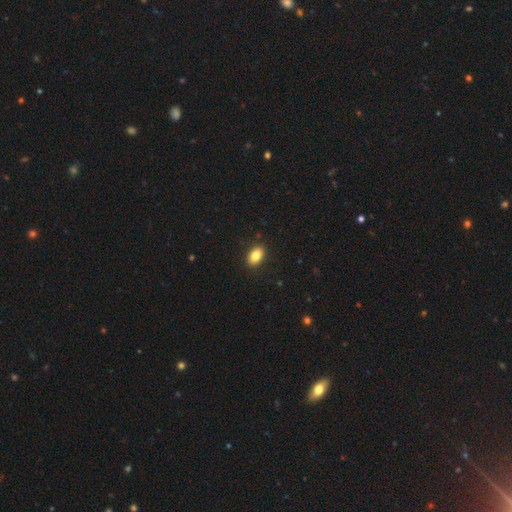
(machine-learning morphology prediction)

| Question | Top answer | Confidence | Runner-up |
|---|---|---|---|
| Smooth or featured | smooth | 83% | featured or disk (8%) |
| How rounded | in between | 89% | round (9%) |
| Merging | none | 90% | minor disturbance (7%) |